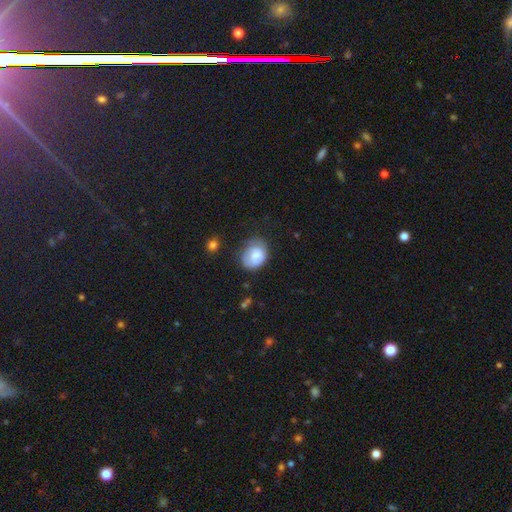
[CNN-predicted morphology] smooth 63%, featured or disk 30%, star or artifact 7%. Down the decision tree: how rounded — round (51%); merging — none (56%).